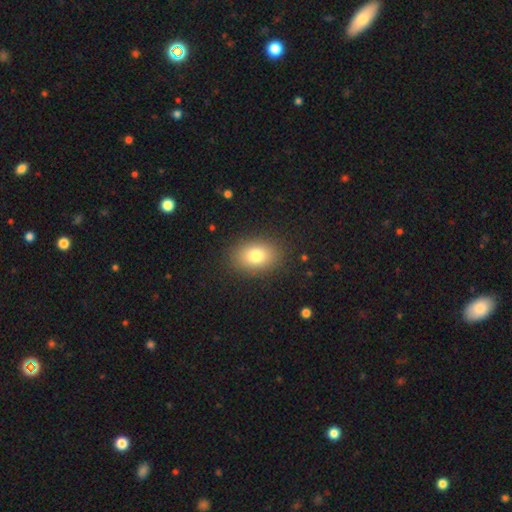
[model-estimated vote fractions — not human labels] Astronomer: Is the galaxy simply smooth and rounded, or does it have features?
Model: smooth — 79%.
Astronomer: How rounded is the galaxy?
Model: in between — 72%.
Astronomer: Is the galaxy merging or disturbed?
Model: none — 87%.